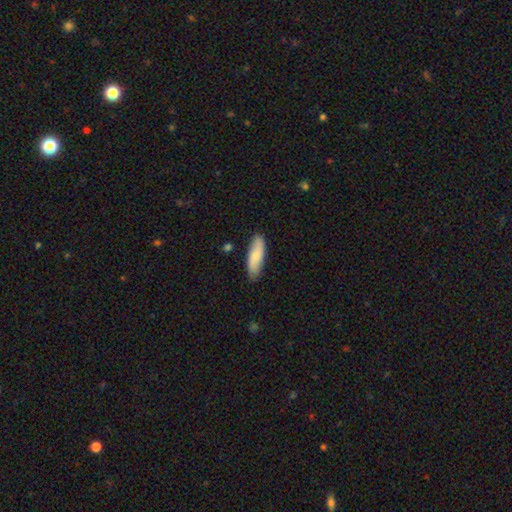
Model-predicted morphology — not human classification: The model was most divided on "how rounded": in between: 50%, cigar-shaped: 48%, round: 2%. More confident: merging — none (84%); smooth or featured — smooth (80%).